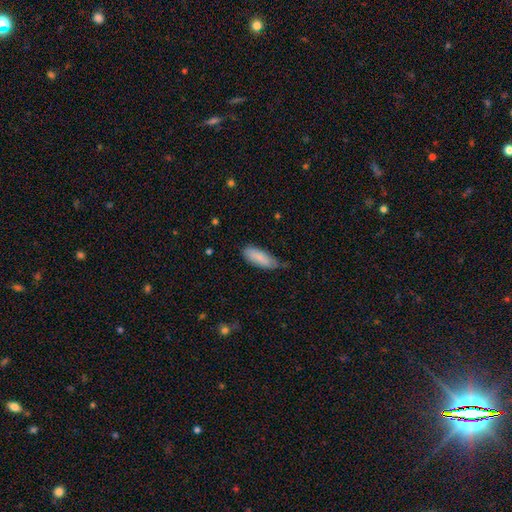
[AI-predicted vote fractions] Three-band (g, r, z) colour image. It shows a smooth galaxy with no disk features (84%) that is in between round and cigar-shaped (75%). Merging: none (58%).